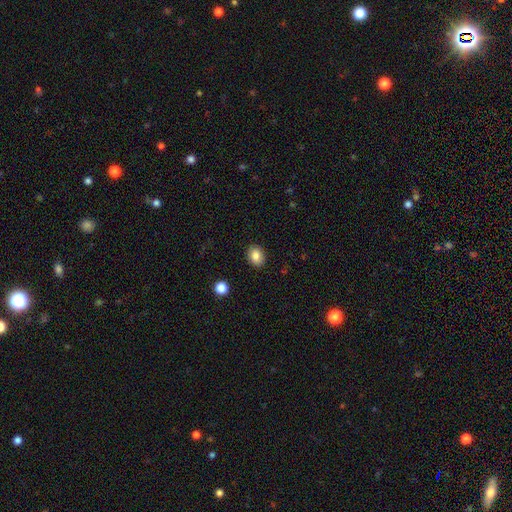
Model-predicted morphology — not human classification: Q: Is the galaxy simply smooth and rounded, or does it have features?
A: smooth — 84%.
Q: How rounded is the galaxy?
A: in between — 56%.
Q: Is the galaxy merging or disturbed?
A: none — 89%.